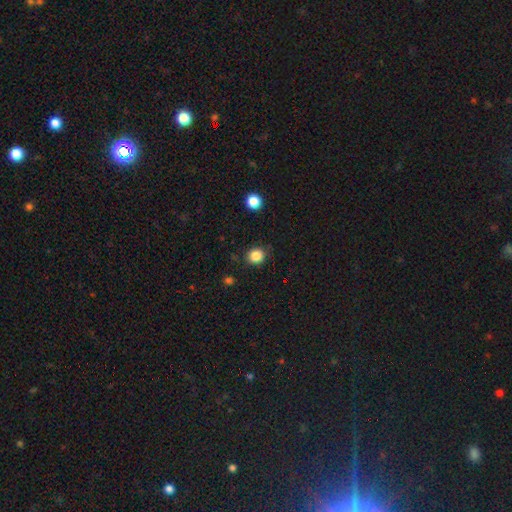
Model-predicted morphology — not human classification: This appears to be a smooth galaxy with no disk features (84%) that is round (87%). Merging: none (87%).